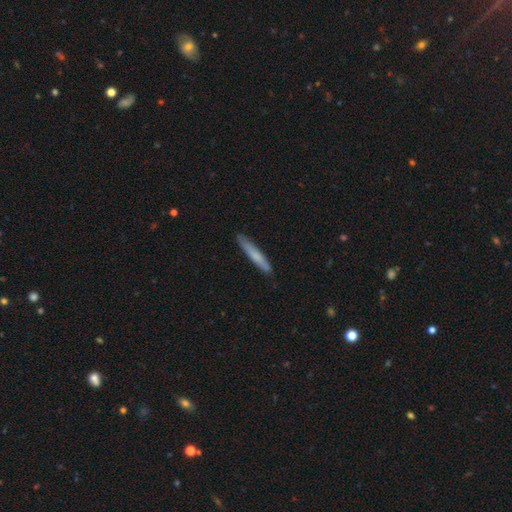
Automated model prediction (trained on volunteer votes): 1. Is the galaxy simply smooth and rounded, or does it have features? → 69% smooth, 25% featured or disk, 6% star or artifact.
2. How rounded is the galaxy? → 95% cigar-shaped, 3% in between, 1% round.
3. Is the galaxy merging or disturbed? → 87% none, 10% minor disturbance, 2% major disturbance, 1% merger.